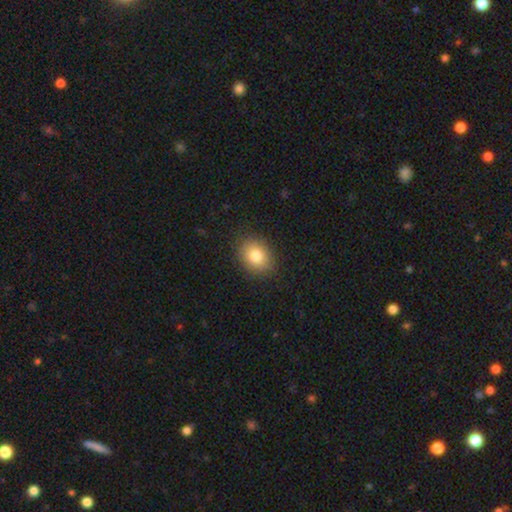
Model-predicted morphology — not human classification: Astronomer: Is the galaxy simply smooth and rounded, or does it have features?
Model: smooth — 82%.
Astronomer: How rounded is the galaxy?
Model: in between — 56% (runner-up: round, 43%).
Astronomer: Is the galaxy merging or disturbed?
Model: none — 87%.